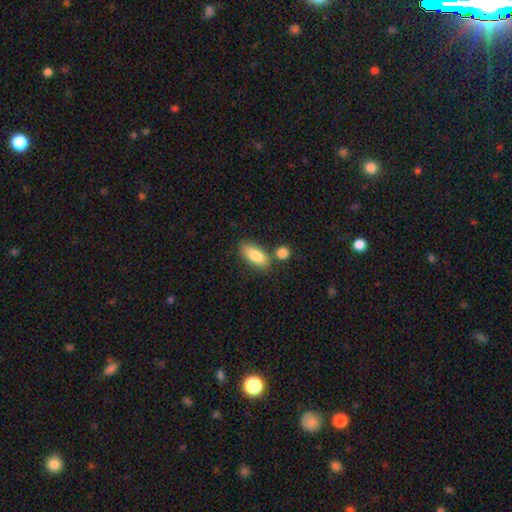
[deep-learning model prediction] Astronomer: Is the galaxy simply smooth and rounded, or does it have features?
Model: smooth — 84%.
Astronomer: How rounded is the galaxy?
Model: in between — 84%.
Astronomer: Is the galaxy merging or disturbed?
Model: none — 65%.